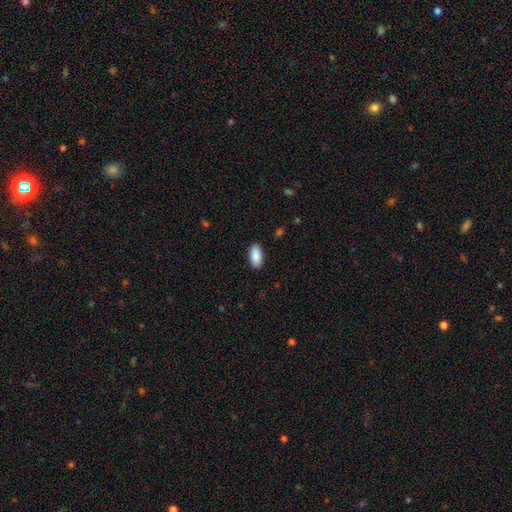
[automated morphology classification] This is clearly a smooth galaxy (90%). How rounded: clearly in between (93%). Merging: clearly none (89%).